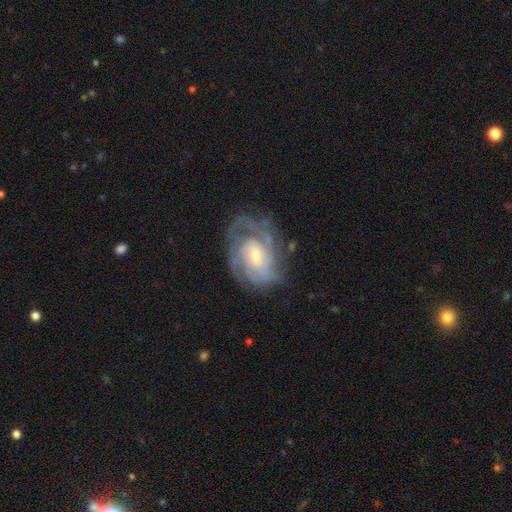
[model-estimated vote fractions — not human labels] This appears to be a featured or disk galaxy (84%) with no bar (50%), tight (55%) spiral arms (94%) and a small central bulge (45%, tied with moderate). Merging: none (64%).